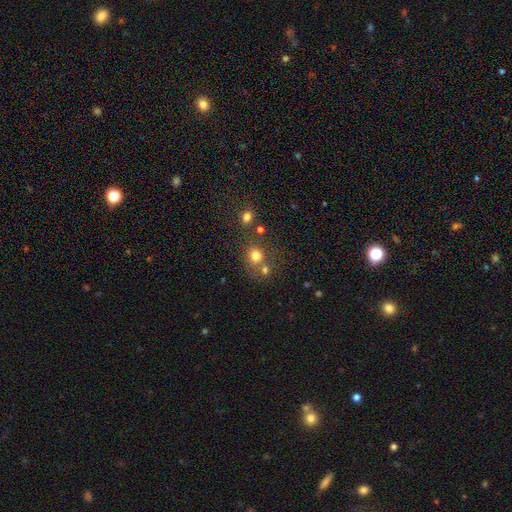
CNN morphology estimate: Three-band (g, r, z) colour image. It shows a smooth galaxy with no disk features (72%) that is round (82%). Merging: none (58%).